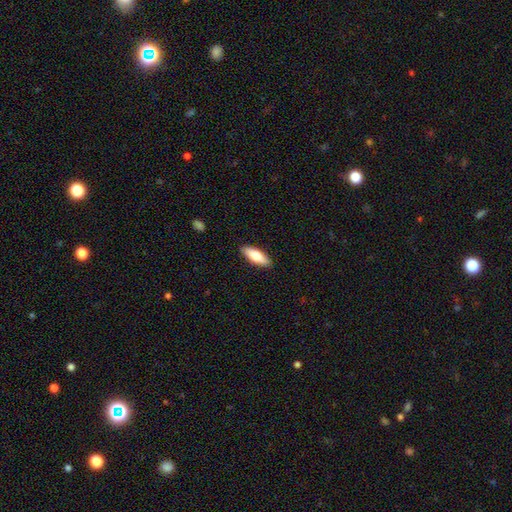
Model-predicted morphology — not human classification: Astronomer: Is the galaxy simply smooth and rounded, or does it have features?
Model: smooth — 73%.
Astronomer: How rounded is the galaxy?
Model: in between — 65%.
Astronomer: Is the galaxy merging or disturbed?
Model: none — 90%.